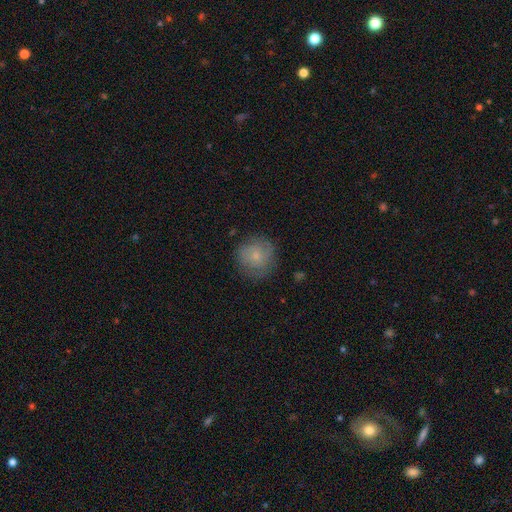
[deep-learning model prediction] smooth 70%, featured or disk 22%, star or artifact 8%. Down the decision tree: how rounded — round (91%); merging — none (75%).